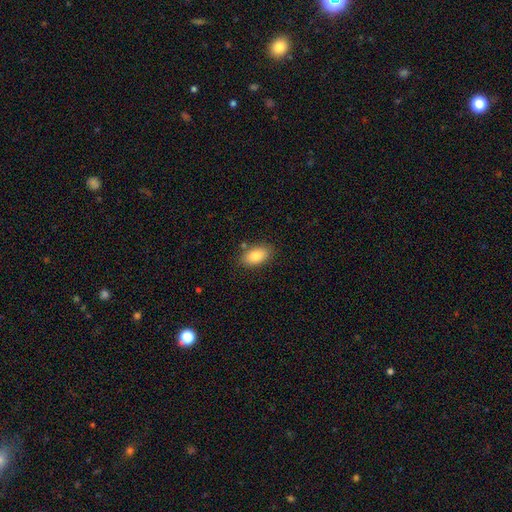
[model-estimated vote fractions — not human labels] Overall: smooth (84%). How rounded: in between (92%). Merging: none (83%).